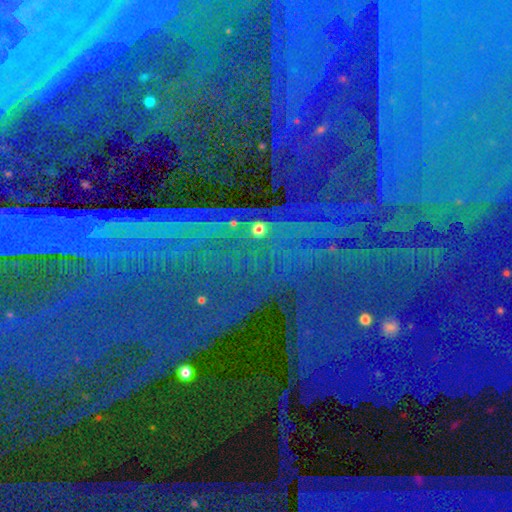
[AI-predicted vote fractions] smooth-or-featured: star or artifact: 89% | featured or disk: 6% | smooth: 5%